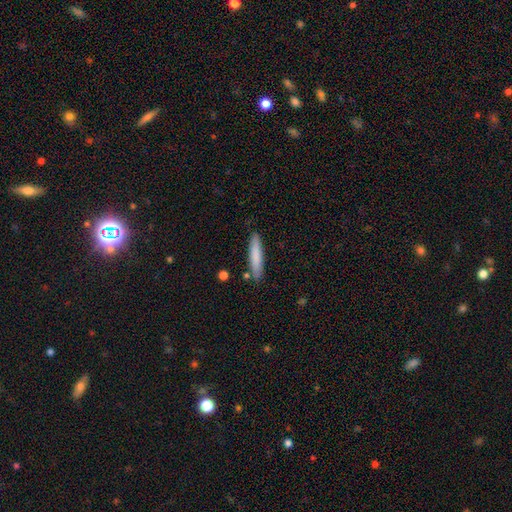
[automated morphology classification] Q: Smooth or featured?
A: smooth (80%); runner-up: featured or disk (15%)
Q: How rounded?
A: cigar-shaped (89%); runner-up: in between (10%)
Q: Merging?
A: none (85%); runner-up: minor disturbance (10%)